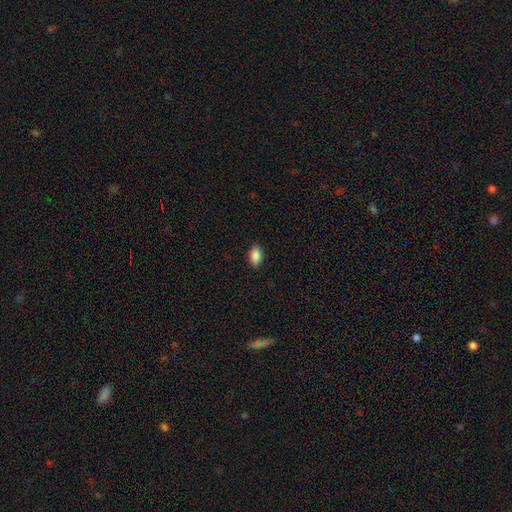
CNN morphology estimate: smooth-or-featured: smooth: 88% | star or artifact: 8% | featured or disk: 4%
  how-rounded: in between: 90% | round: 8% | cigar-shaped: 2%
  merging: none: 88% | minor disturbance: 9% | major disturbance: 2% | merger: 1%